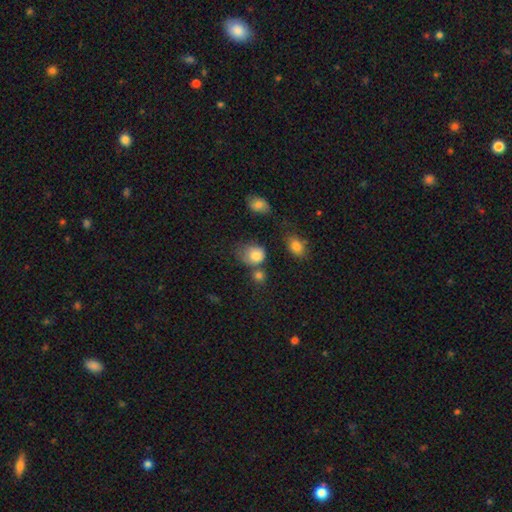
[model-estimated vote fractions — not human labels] This is clearly a smooth galaxy (80%). How rounded: likely round (61%). Merging: marginally none (44%).